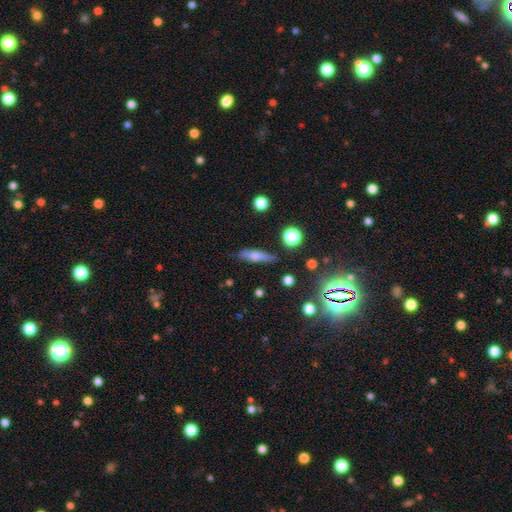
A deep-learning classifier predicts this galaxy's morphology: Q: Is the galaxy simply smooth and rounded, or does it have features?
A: smooth — 64%.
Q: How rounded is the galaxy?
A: cigar-shaped — 68%.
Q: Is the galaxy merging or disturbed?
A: none — 76%.